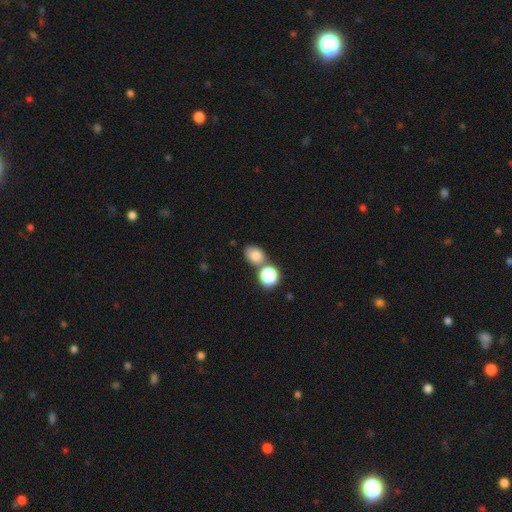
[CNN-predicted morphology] Smooth or featured? smooth (77%)
How rounded? in between (59%)
Merging? none (59%)